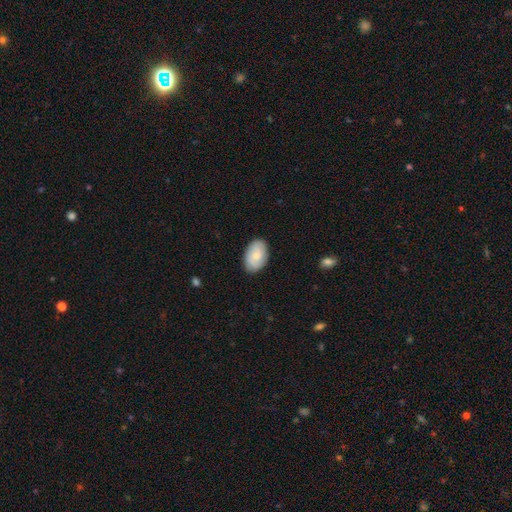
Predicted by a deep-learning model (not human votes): smooth 72%, featured or disk 22%, star or artifact 6%. Down the decision tree: how rounded — in between (91%); merging — none (86%).